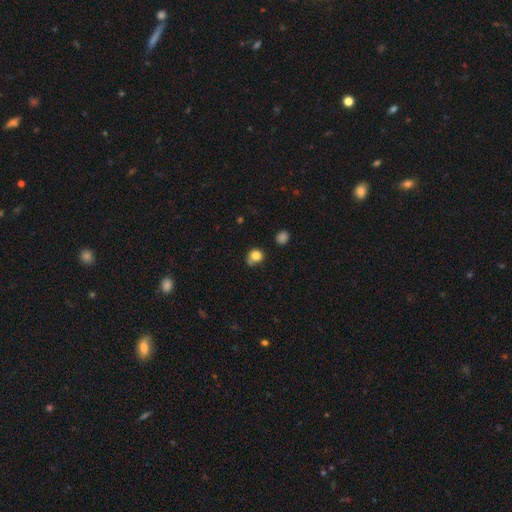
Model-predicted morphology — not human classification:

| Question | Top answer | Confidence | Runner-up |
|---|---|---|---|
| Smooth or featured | smooth | 81% | star or artifact (11%) |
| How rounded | round | 77% | in between (22%) |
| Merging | none | 57% | minor disturbance (26%) |